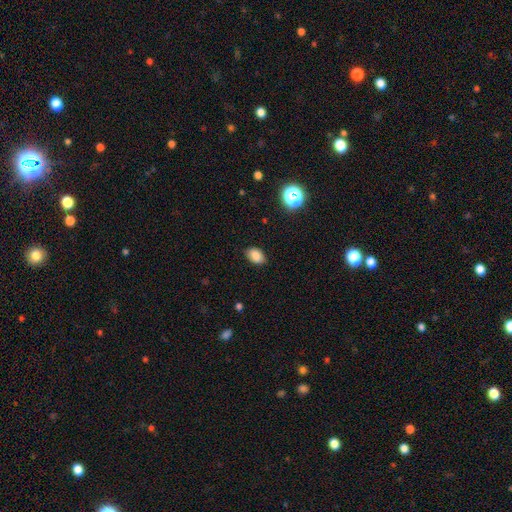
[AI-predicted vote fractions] smooth_or_featured: smooth (p=0.85) [alt: star or artifact p=0.10]
how_rounded: in between (p=0.84) [alt: round p=0.14]
merging: none (p=0.85) [alt: minor disturbance p=0.11]